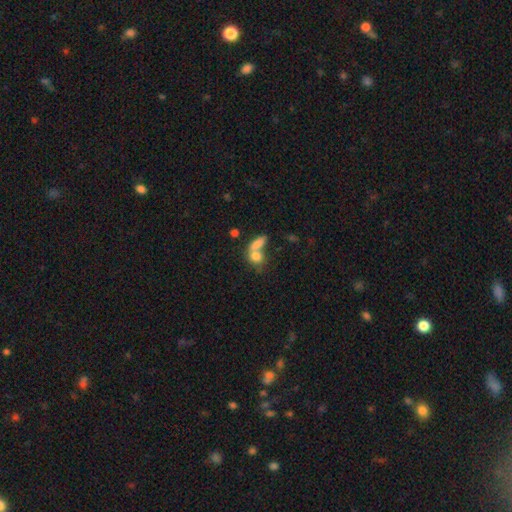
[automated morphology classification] A smooth galaxy with no disk features (78%) that is in between round and cigar-shaped (56%).

Vote fractions:
- Smooth or featured? smooth: 78% / featured or disk: 13% / star or artifact: 9%
- How rounded? in between: 56% / round: 38% / cigar-shaped: 7%
- Merging? merger: 58% / none: 28% / minor disturbance: 8% / major disturbance: 7%